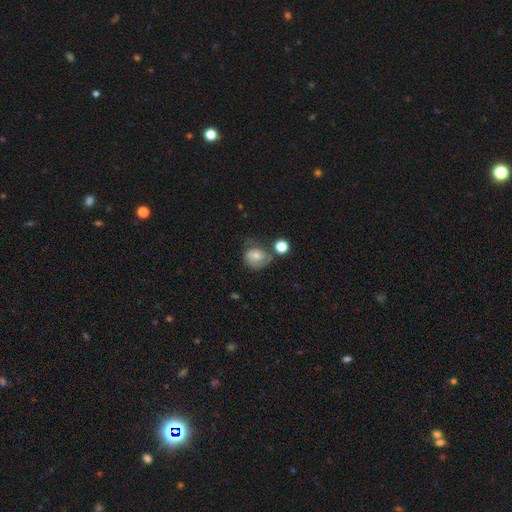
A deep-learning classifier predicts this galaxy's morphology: type=smooth (48%); merging=none (43%).